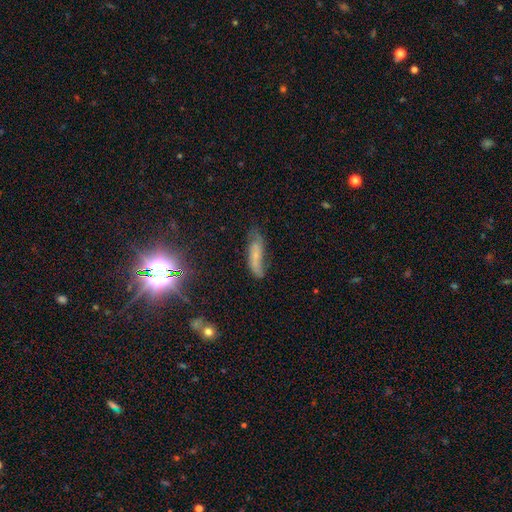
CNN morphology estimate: The model was most divided on "smooth or featured": smooth: 46%, featured or disk: 39%, star or artifact: 16%. More confident: merging — none (52%).